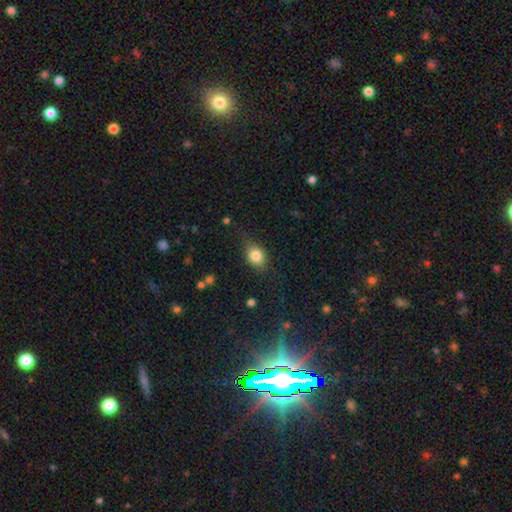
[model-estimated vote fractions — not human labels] smooth_or_featured: smooth (p=0.80) [alt: featured or disk p=0.11]
how_rounded: in between (p=0.65) [alt: round p=0.33]
merging: none (p=0.70) [alt: minor disturbance p=0.22]